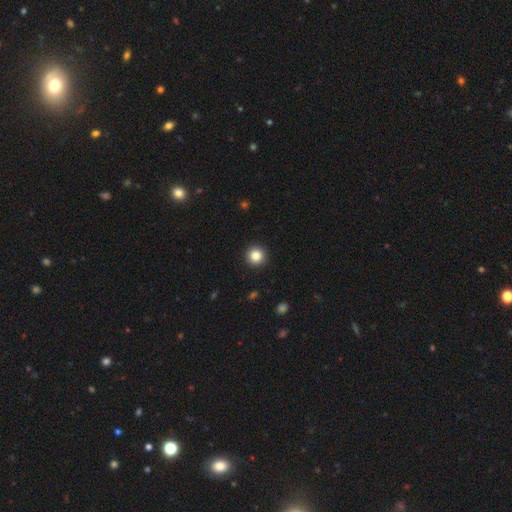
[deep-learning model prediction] A smooth galaxy with no disk features (85%) that is round (96%). Merging: none (93%).